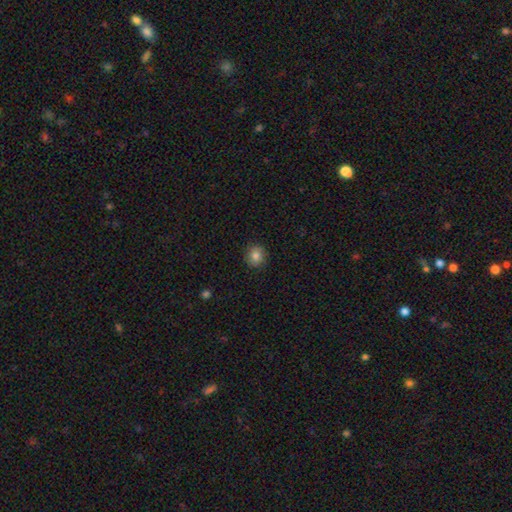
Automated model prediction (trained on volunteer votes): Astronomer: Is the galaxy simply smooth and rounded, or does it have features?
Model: smooth — 83%.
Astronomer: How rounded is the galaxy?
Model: round — 82%.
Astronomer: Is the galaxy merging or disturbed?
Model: none — 89%.